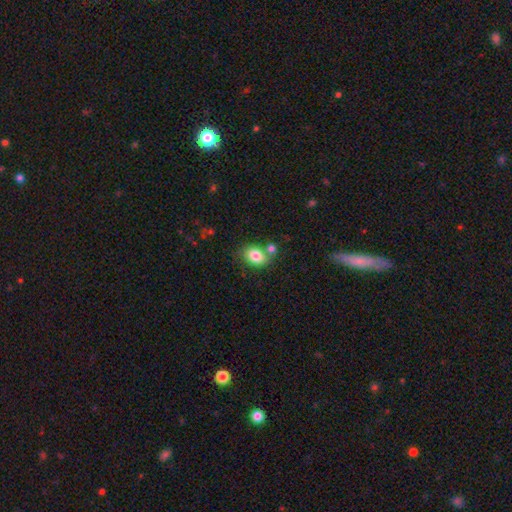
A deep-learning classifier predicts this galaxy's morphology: The model was most divided on "merging": none: 64%, merger: 18%, minor disturbance: 14%, major disturbance: 4%. More confident: smooth or featured — smooth (82%); how rounded — in between (73%).